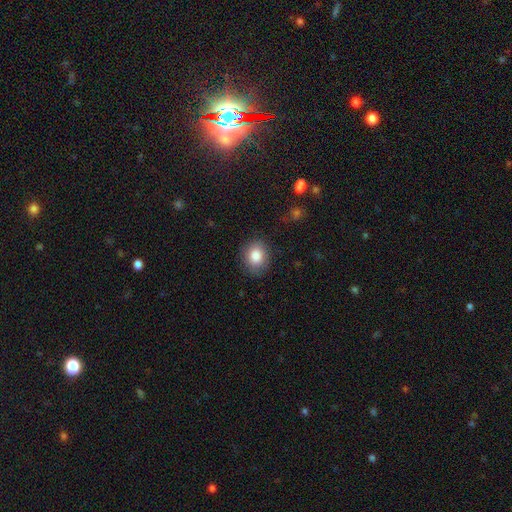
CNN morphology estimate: Smooth or featured? Predicted: smooth (p=0.85). How rounded? Predicted: round (p=0.57). Merging? Predicted: none (p=0.84).